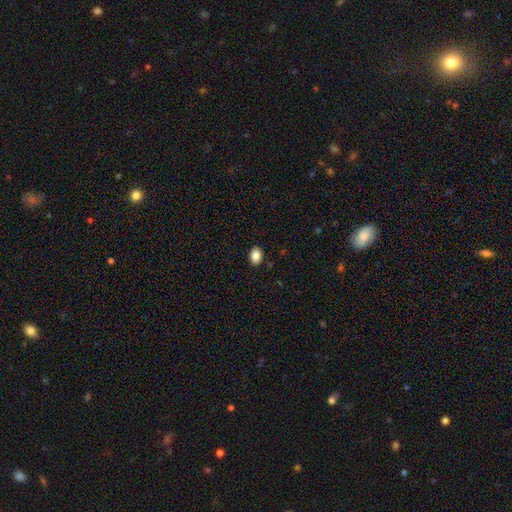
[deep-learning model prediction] Overall: smooth (87%). How rounded: in between (77%). Merging: none (90%).